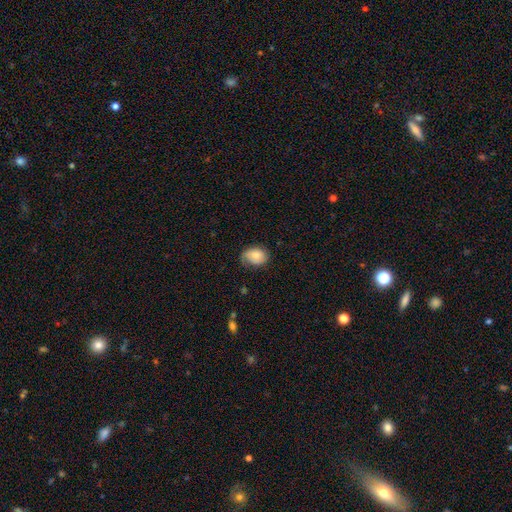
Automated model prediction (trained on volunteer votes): Smooth or featured? Predicted: smooth (p=0.64). How rounded? Predicted: in between (p=0.64). Merging? Predicted: none (p=0.59).